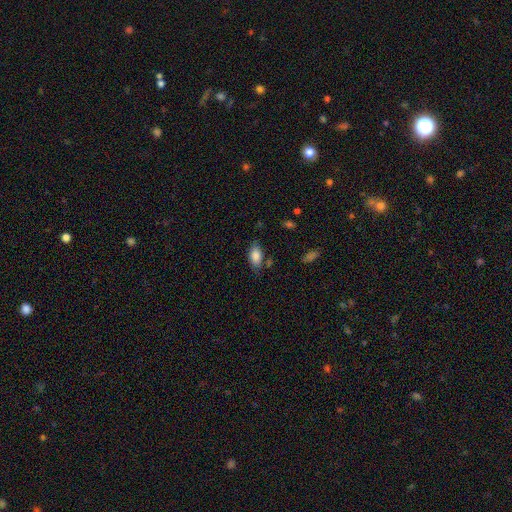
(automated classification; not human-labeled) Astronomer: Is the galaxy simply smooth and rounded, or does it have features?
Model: smooth — 84%.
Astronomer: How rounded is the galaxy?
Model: in between — 90%.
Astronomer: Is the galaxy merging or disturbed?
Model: none — 71%.